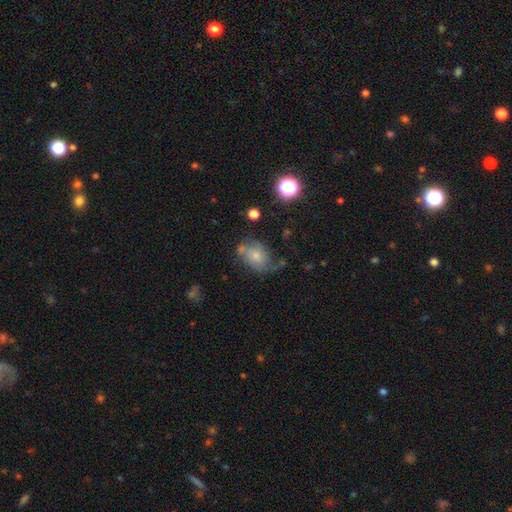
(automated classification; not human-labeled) A smooth galaxy with no disk features (58%) that is in between round and cigar-shaped (69%).

Vote fractions:
- Smooth or featured? smooth: 58% / featured or disk: 31% / star or artifact: 11%
- How rounded? in between: 69% / round: 29% / cigar-shaped: 2%
- Merging? none: 46% / minor disturbance: 27% / major disturbance: 16% / merger: 11%